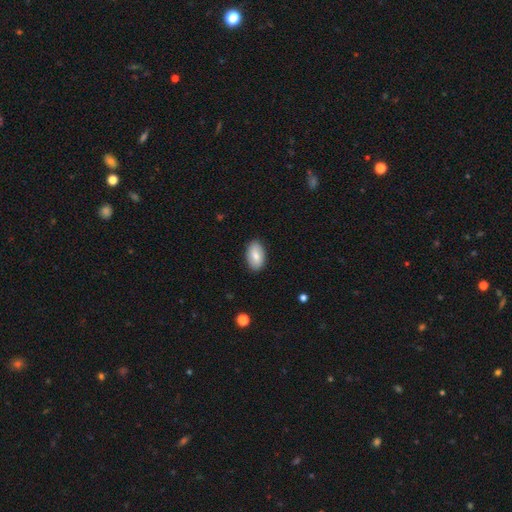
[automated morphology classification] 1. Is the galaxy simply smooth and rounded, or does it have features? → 79% smooth, 15% featured or disk, 6% star or artifact.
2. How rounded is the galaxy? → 94% in between, 4% round, 2% cigar-shaped.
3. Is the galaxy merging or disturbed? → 88% none, 9% minor disturbance, 2% major disturbance, 1% merger.